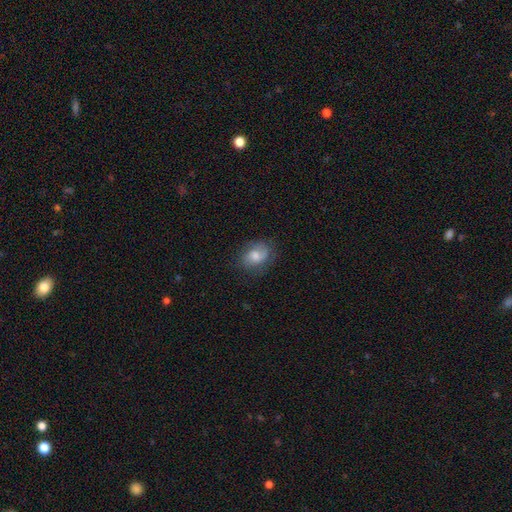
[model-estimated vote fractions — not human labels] Smooth or featured? smooth (53%)
How rounded? in between (66%)
Merging? none (71%)